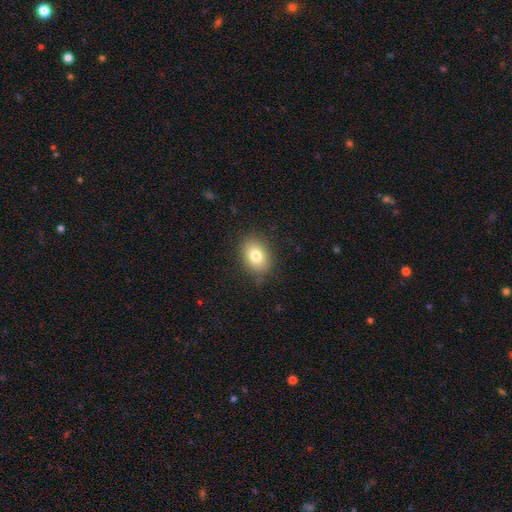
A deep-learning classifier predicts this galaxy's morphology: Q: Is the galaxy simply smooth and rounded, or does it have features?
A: smooth — 79%.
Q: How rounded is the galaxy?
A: in between — 71%.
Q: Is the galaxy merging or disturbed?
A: none — 84%.